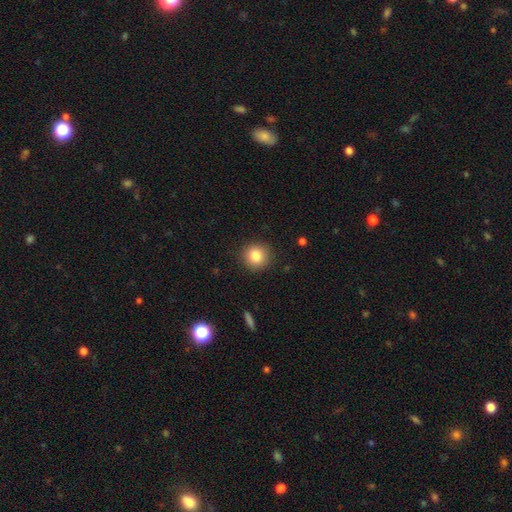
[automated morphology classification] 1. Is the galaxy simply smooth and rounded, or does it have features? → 84% smooth, 10% star or artifact, 6% featured or disk.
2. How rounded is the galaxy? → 90% round, 9% in between, 1% cigar-shaped.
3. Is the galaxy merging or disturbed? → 90% none, 7% minor disturbance, 2% major disturbance, 1% merger.